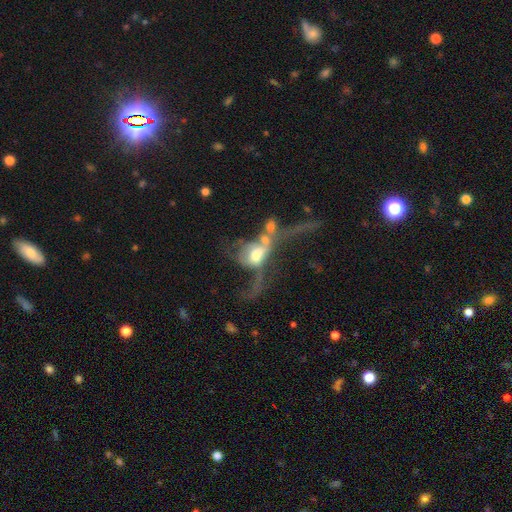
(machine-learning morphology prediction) This is possibly a featured or disk galaxy (56%). It is clearly not viewed edge-on (90%). Merging: possibly merger (53%).